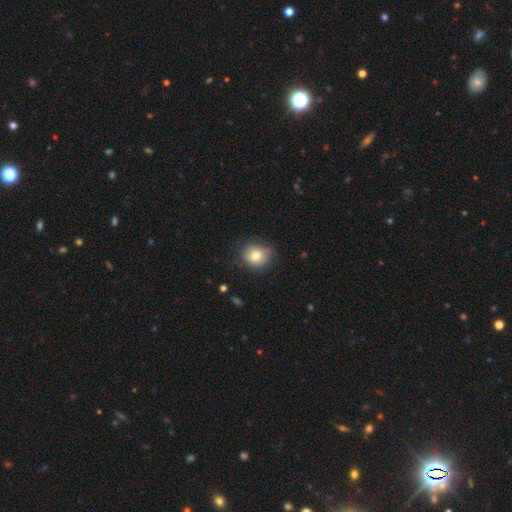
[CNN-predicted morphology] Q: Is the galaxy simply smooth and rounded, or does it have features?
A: smooth — 78%.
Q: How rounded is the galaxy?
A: round — 79%.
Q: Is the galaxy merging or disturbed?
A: none — 74%.